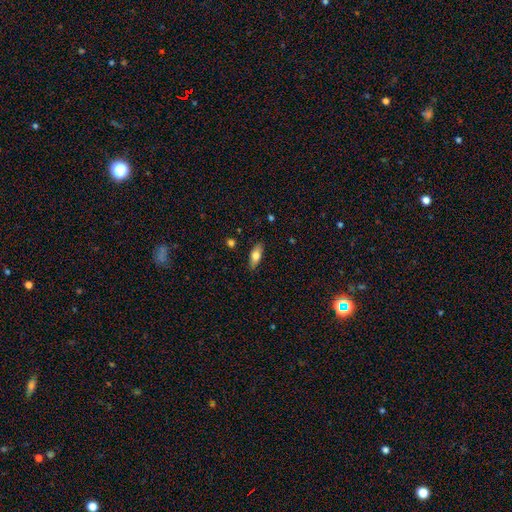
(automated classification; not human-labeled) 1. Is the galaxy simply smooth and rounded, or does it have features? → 70% smooth, 23% featured or disk, 6% star or artifact.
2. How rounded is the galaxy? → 75% in between, 22% cigar-shaped, 3% round.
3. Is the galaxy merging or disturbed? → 87% none, 10% minor disturbance, 2% major disturbance, 1% merger.